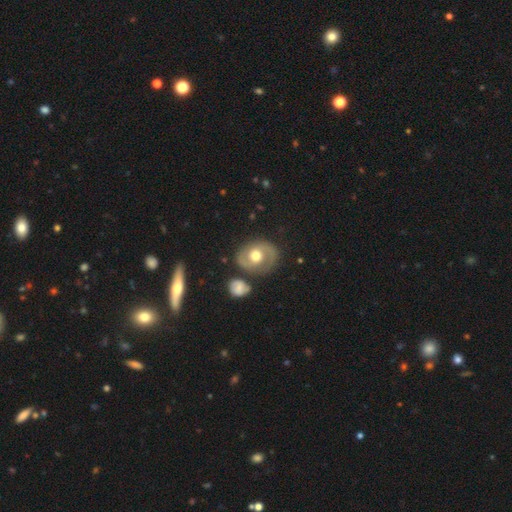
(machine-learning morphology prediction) Smooth or featured? Predicted: featured or disk (p=0.66). Edge-on disk? Predicted: no (p=0.97). Bar? Predicted: no (p=0.66). Spiral arms? Predicted: yes (p=0.76). Bulge size? Predicted: moderate (p=0.71). Merging? Predicted: none (p=0.73).